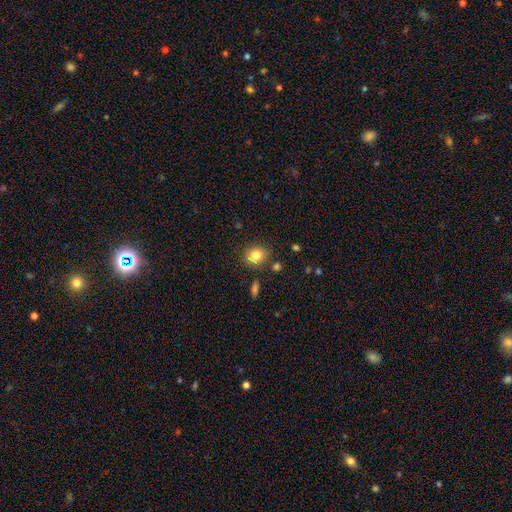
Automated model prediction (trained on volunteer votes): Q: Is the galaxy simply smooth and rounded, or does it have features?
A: smooth — 81%.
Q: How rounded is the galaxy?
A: round — 71%.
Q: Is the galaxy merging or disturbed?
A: none — 81%.